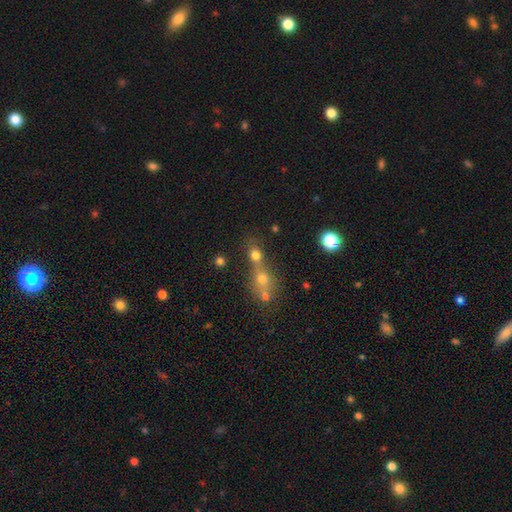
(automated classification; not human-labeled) Smooth or featured?
  - smooth: 70% *
  - star or artifact: 18%
  - featured or disk: 12%
How rounded?
  - round: 70% *
  - in between: 27%
  - cigar-shaped: 3%
Merging?
  - merger: 50% *
  - none: 37%
  - minor disturbance: 7%
  - major disturbance: 5%